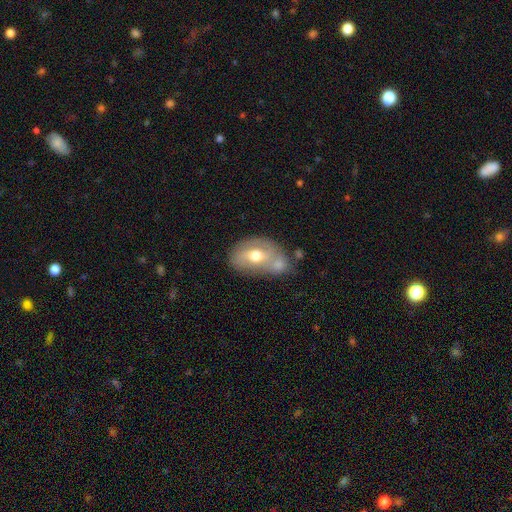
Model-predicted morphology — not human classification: smooth-or-featured: smooth: 48% | featured or disk: 45% | star or artifact: 7%
  merging: none: 38% | merger: 36% | minor disturbance: 18% | major disturbance: 8%